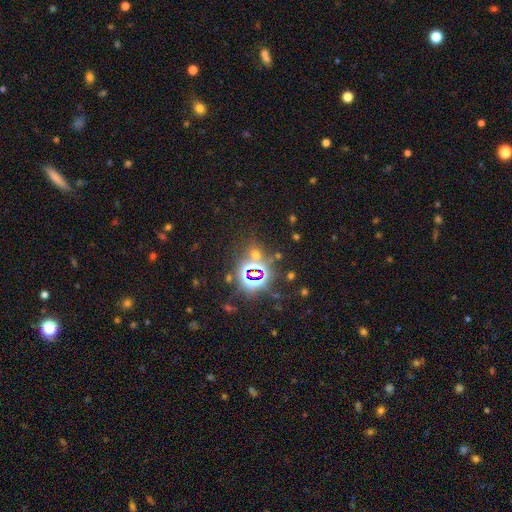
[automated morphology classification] Smooth or featured?
  - star or artifact: 73% *
  - smooth: 19%
  - featured or disk: 8%